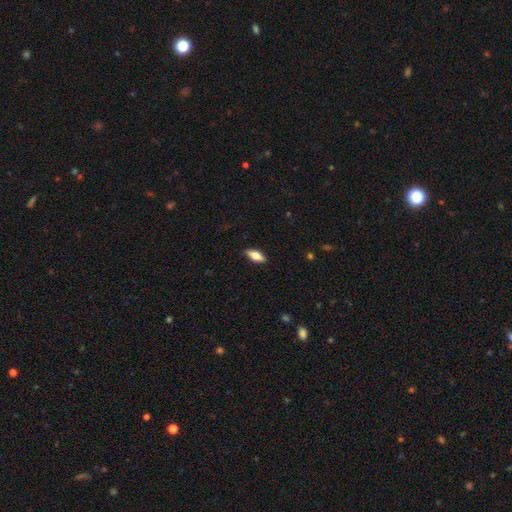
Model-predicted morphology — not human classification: A smooth galaxy with no disk features (68%) that is in between round and cigar-shaped (77%). Merging: none (89%).